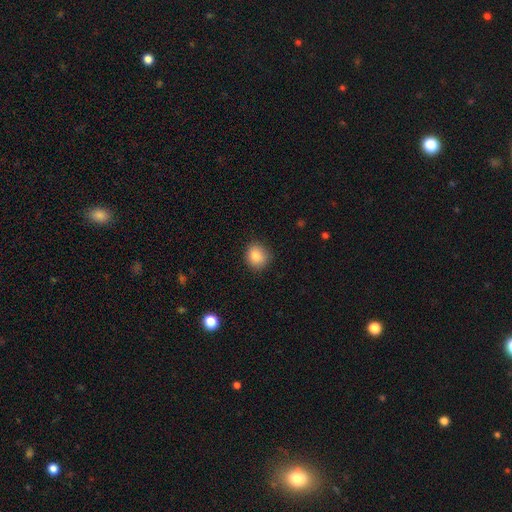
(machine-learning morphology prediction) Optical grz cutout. It shows a smooth galaxy with no disk features (85%) that is round (82%). Merging: none (85%).